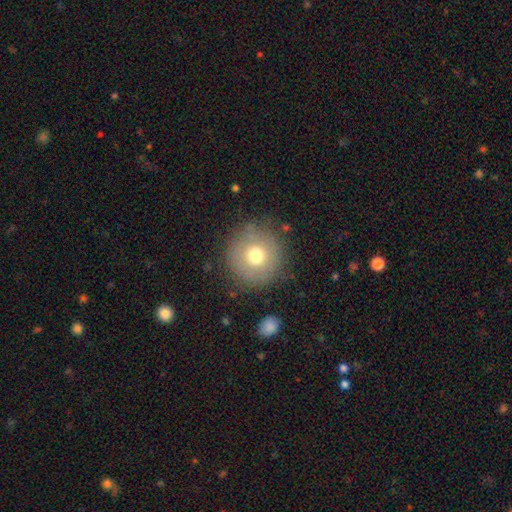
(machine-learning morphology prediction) A smooth galaxy with no disk features (70%) that is round (96%).

Vote fractions:
- Smooth or featured? smooth: 70% / featured or disk: 19% / star or artifact: 11%
- How rounded? round: 96% / in between: 3% / cigar-shaped: 1%
- Merging? none: 83% / minor disturbance: 10% / major disturbance: 4% / merger: 2%